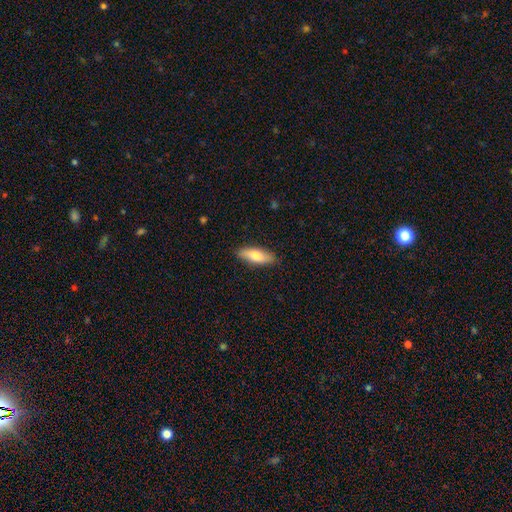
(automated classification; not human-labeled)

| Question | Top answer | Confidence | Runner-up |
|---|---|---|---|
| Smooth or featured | smooth | 75% | featured or disk (19%) |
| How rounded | in between | 59% | cigar-shaped (39%) |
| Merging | none | 87% | minor disturbance (10%) |